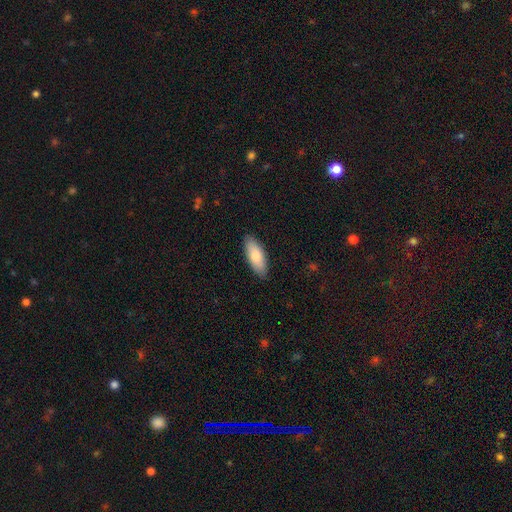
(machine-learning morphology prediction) type=smooth (80%); roundness=in between (79%); merging=none (87%).